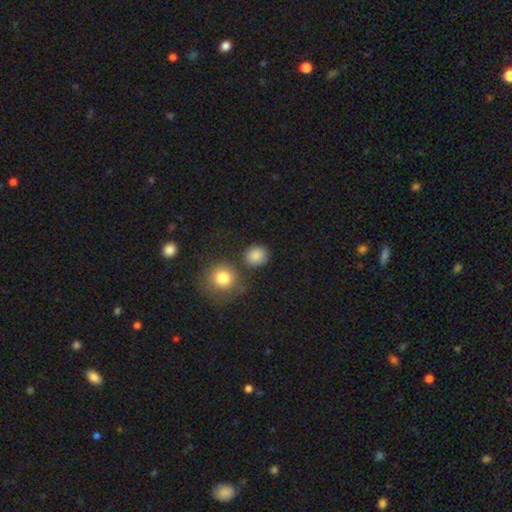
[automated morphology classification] A smooth galaxy with no disk features (86%) that is round (82%).

Vote fractions:
- Smooth or featured? smooth: 86% / star or artifact: 10% / featured or disk: 5%
- How rounded? round: 82% / in between: 17% / cigar-shaped: 1%
- Merging? none: 77% / minor disturbance: 10% / merger: 9% / major disturbance: 4%